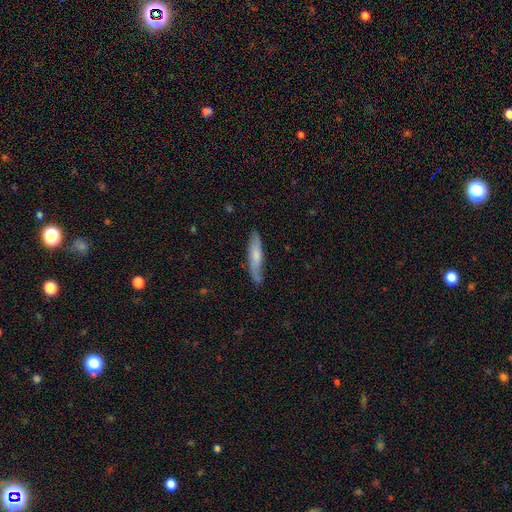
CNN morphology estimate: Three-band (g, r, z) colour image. It shows a smooth galaxy with no disk features (60%) that is cigar-shaped (83%). Merging: none (74%).